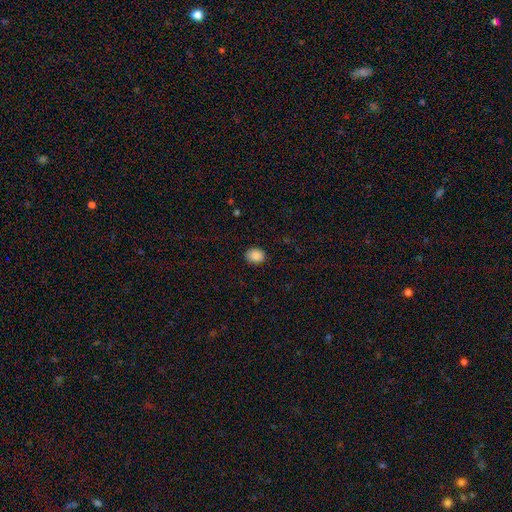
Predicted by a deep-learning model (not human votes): A smooth galaxy with no disk features (88%) that is round (52%). Merging: none (88%).